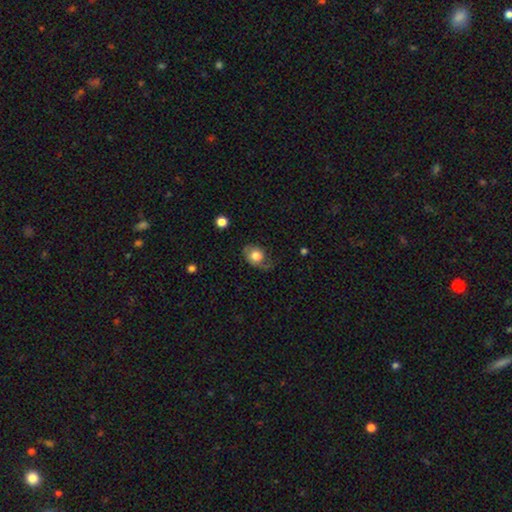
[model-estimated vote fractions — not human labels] smooth 68%, featured or disk 24%, star or artifact 8%. Down the decision tree: how rounded — in between (52%); merging — none (50%).